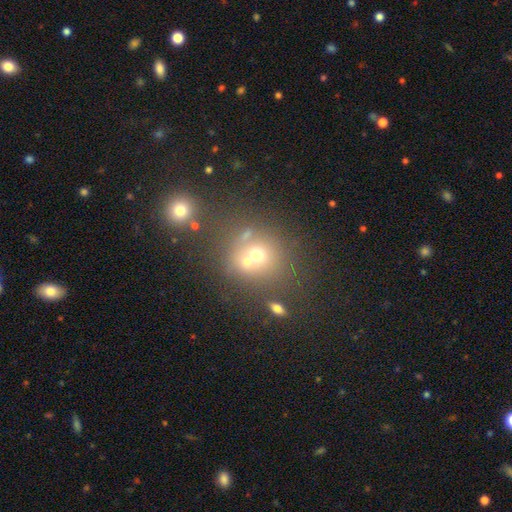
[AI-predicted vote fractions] The model was most divided on "merging": none: 47%, merger: 38%, minor disturbance: 10%, major disturbance: 6%. More confident: how rounded — round (81%); smooth or featured — smooth (59%).